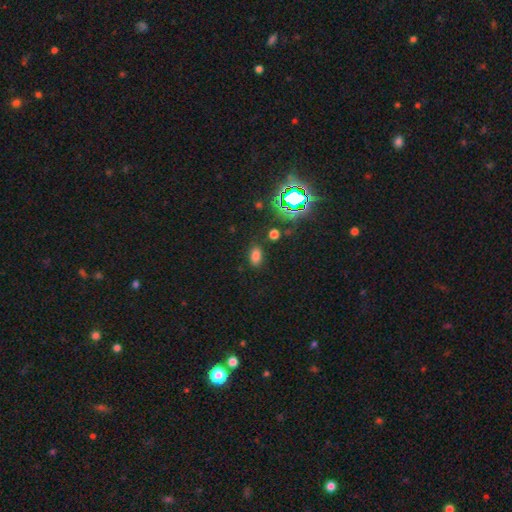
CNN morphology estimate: The model was most divided on "smooth or featured": smooth: 73%, star or artifact: 21%, featured or disk: 6%. More confident: how rounded — in between (88%); merging — none (82%).